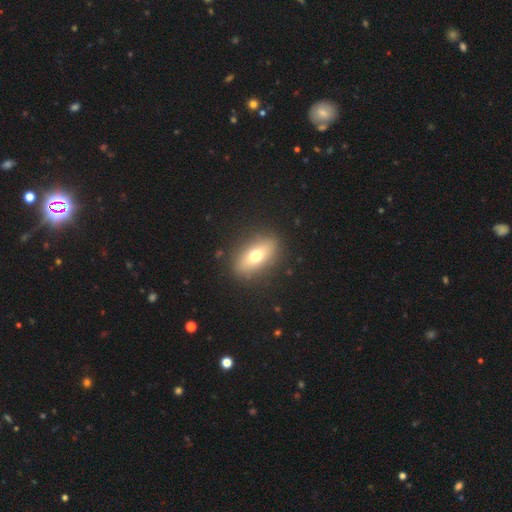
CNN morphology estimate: Overall: smooth (69%). How rounded: in between (81%). Merging: none (87%).